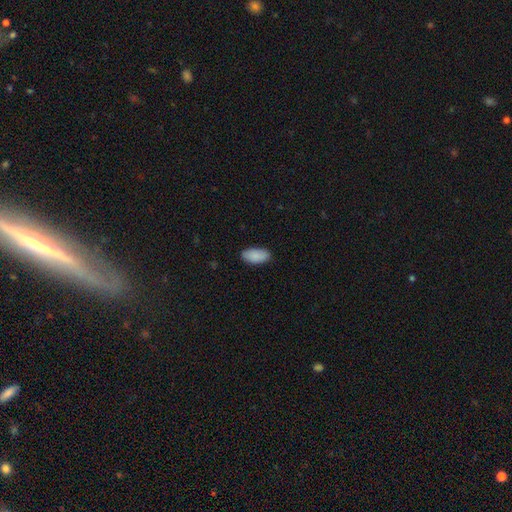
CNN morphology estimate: The model was most divided on "merging": none: 86%, minor disturbance: 11%, major disturbance: 2%, merger: 1%. More confident: how rounded — in between (93%); smooth or featured — smooth (89%).